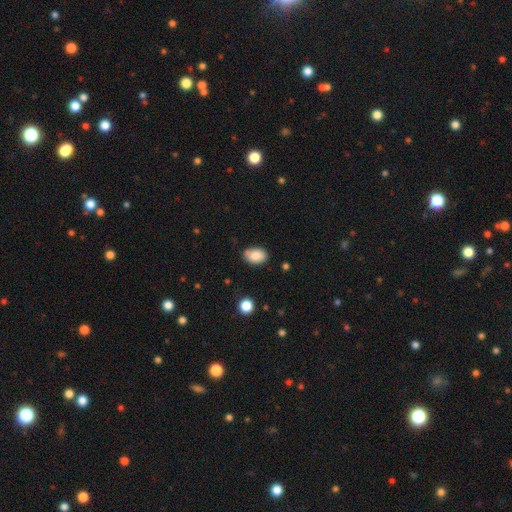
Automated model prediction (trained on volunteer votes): smooth-or-featured: smooth: 83% | featured or disk: 9% | star or artifact: 8%
  how-rounded: in between: 83% | round: 16% | cigar-shaped: 1%
  merging: none: 75% | minor disturbance: 19% | merger: 3% | major disturbance: 3%